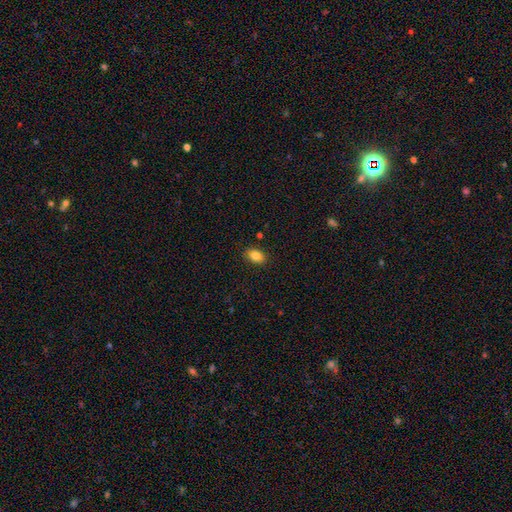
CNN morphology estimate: A smooth galaxy with no disk features (85%) that is in between round and cigar-shaped (86%).

Vote fractions:
- Smooth or featured? smooth: 85% / star or artifact: 8% / featured or disk: 7%
- How rounded? in between: 86% / round: 12% / cigar-shaped: 1%
- Merging? none: 88% / minor disturbance: 9% / major disturbance: 2% / merger: 1%